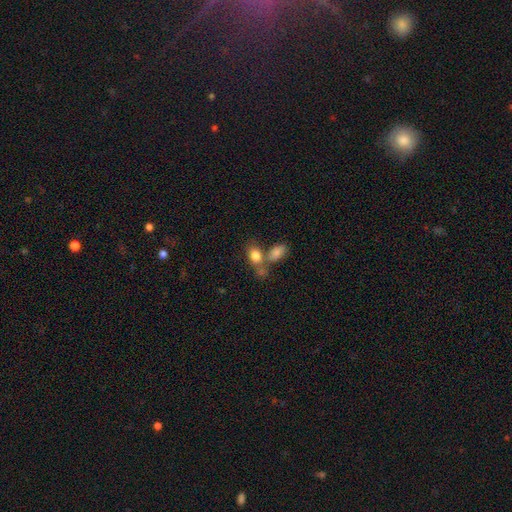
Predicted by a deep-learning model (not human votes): smooth-or-featured: smooth: 81% | featured or disk: 10% | star or artifact: 9%
  how-rounded: in between: 77% | round: 20% | cigar-shaped: 2%
  merging: merger: 42% | none: 41% | minor disturbance: 11% | major disturbance: 6%